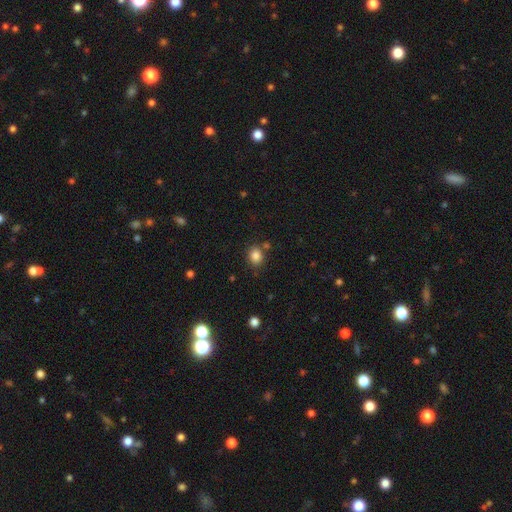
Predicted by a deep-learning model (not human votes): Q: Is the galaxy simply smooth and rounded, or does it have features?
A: smooth — 84%.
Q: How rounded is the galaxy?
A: round — 62%.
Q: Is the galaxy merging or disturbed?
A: none — 77%.